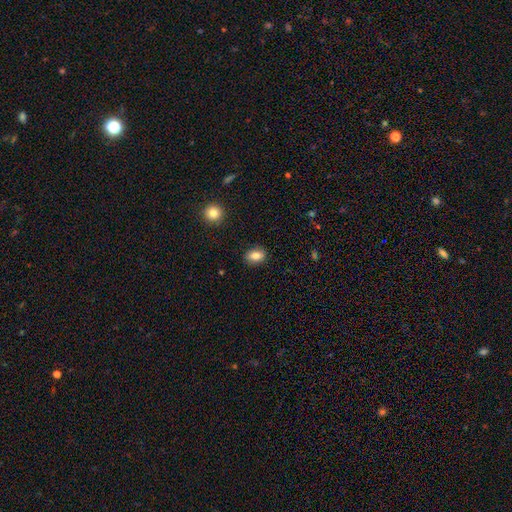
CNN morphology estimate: Q: Smooth or featured?
A: smooth (82%); runner-up: featured or disk (9%)
Q: How rounded?
A: in between (73%); runner-up: round (25%)
Q: Merging?
A: none (87%); runner-up: minor disturbance (9%)